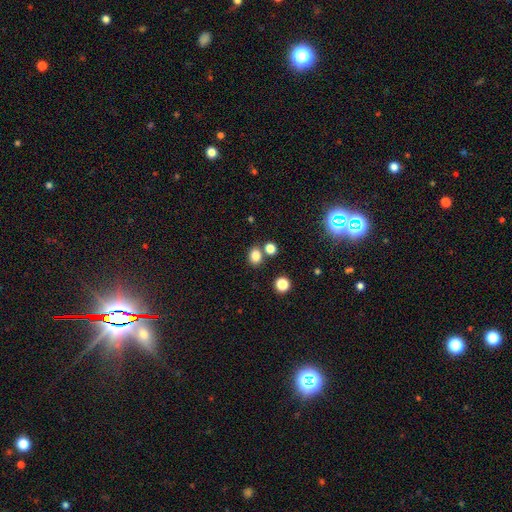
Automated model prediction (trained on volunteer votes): A smooth galaxy with no disk features (81%) that is round (56%).

Vote fractions:
- Smooth or featured? smooth: 81% / star or artifact: 13% / featured or disk: 5%
- How rounded? round: 56% / in between: 44% / cigar-shaped: 1%
- Merging? none: 70% / merger: 18% / minor disturbance: 9% / major disturbance: 3%